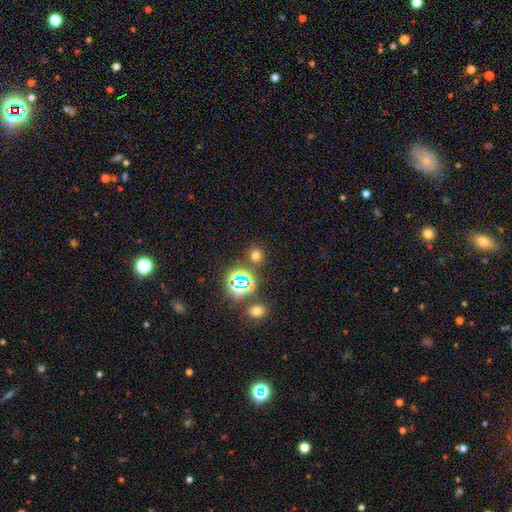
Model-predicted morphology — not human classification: smooth 62%, star or artifact 32%, featured or disk 6%. Down the decision tree: how rounded — round (89%); merging — none (84%).